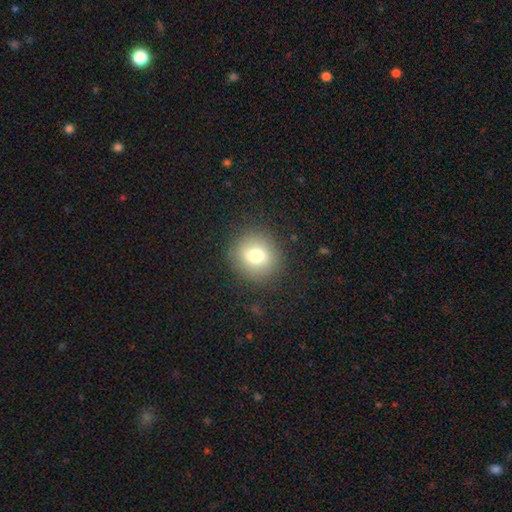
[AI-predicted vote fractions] The model was most divided on "smooth or featured": smooth: 75%, featured or disk: 13%, star or artifact: 11%. More confident: merging — none (87%); how rounded — round (87%).